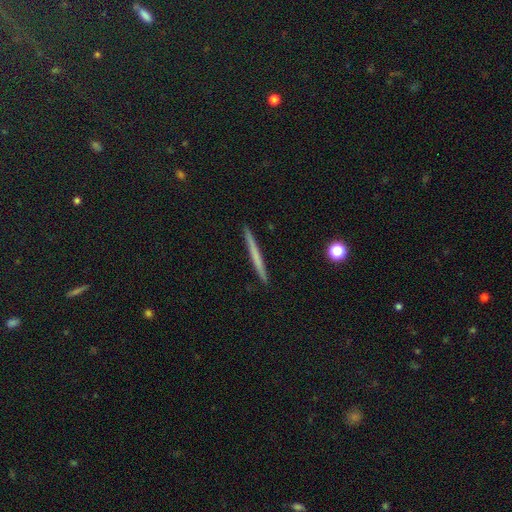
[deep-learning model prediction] smooth 56%, featured or disk 37%, star or artifact 7%. Down the decision tree: how rounded — cigar-shaped (97%); merging — none (93%).